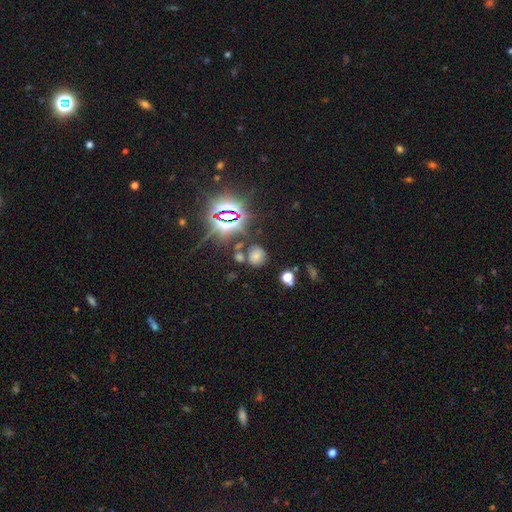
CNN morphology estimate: Smooth or featured?
  - smooth: 56% *
  - star or artifact: 34%
  - featured or disk: 10%
How rounded?
  - round: 82% *
  - in between: 17%
  - cigar-shaped: 1%
Merging?
  - none: 72% *
  - minor disturbance: 12%
  - merger: 10%
  - major disturbance: 5%